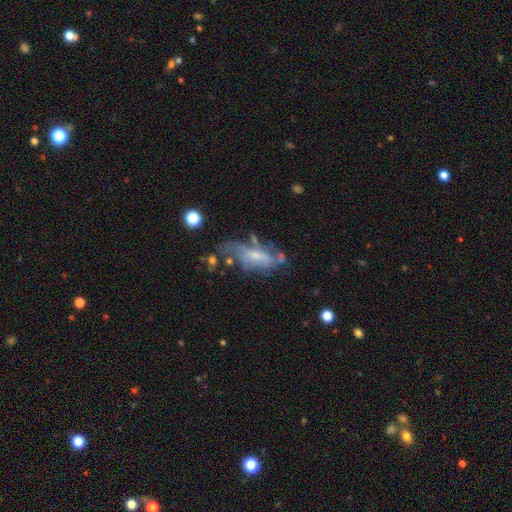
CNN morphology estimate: Smooth or featured? featured or disk (61%)
Edge-on disk? no (82%)
Bar? no (59%)
Spiral arms? yes (61%)
Bulge size? small (60%)
Merging? none (42%)